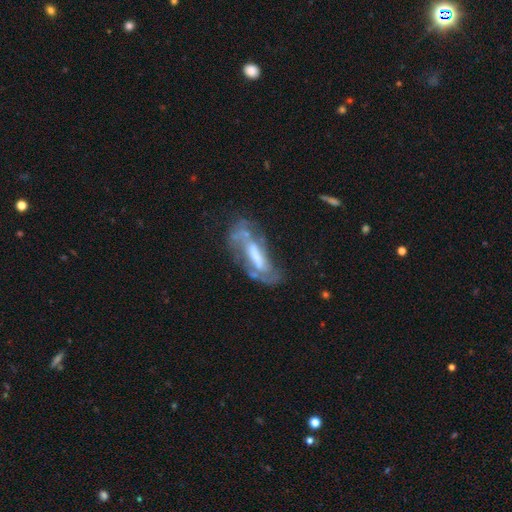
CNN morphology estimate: smooth_or_featured: featured or disk (p=0.69) [alt: smooth p=0.23]
disk_edge_on: no (p=0.82) [alt: yes p=0.18]
bar: strong (p=0.49) [alt: weak p=0.29]
has_spiral_arms: yes (p=0.64) [alt: no p=0.36]
bulge_size: moderate (p=0.34) [alt: none p=0.23]
merging: none (p=0.43) [alt: major disturbance p=0.25]